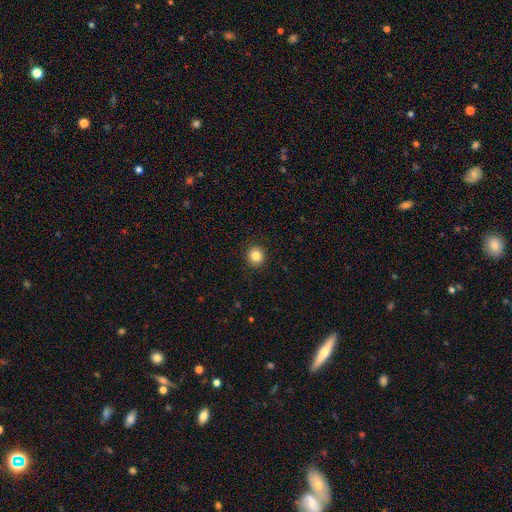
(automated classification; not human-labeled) Morphology: type=smooth (85%); roundness=round (89%); merging=none (92%).